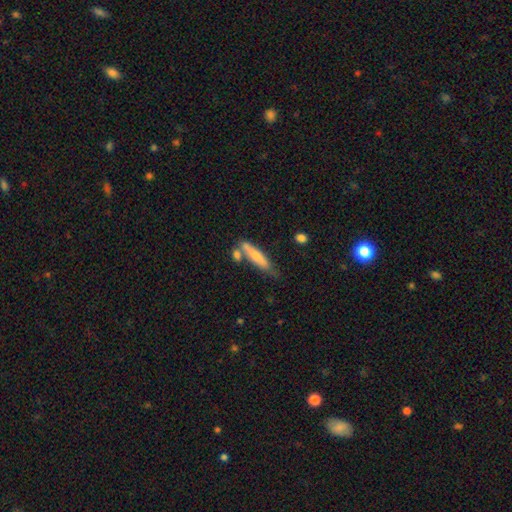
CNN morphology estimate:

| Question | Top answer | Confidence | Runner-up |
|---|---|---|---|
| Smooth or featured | smooth | 70% | featured or disk (24%) |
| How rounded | cigar-shaped | 82% | in between (16%) |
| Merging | none | 56% | minor disturbance (20%) |